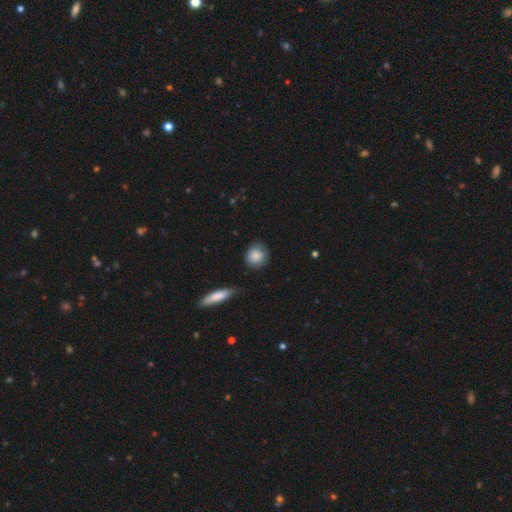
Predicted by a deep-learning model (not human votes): Smooth or featured? smooth (84%)
How rounded? round (81%)
Merging? none (73%)